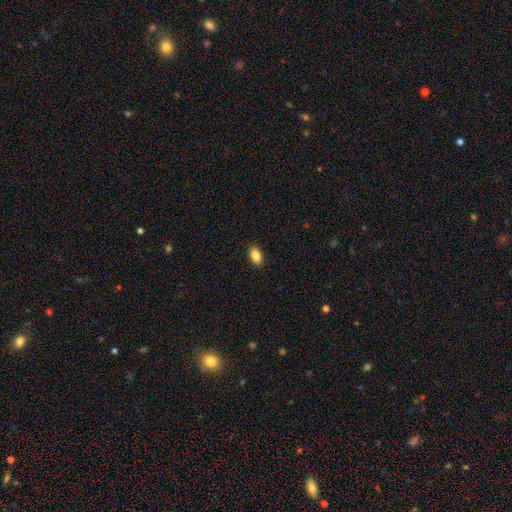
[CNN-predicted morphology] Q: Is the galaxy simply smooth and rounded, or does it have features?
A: smooth — 88%.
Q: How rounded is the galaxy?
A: in between — 91%.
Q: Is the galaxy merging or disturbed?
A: none — 90%.